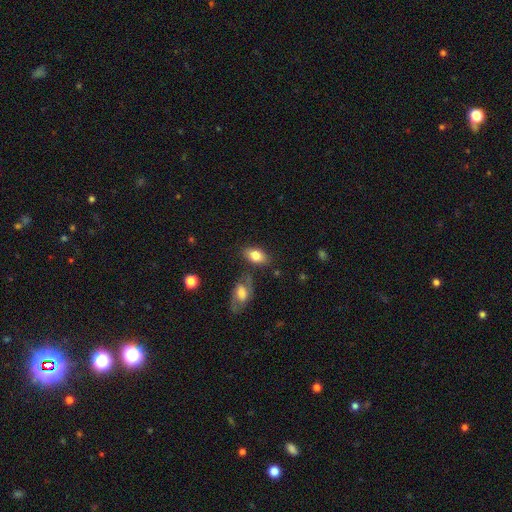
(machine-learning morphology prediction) This appears to be a smooth galaxy with no disk features (79%) that is in between round and cigar-shaped (90%). Merging: none (73%).